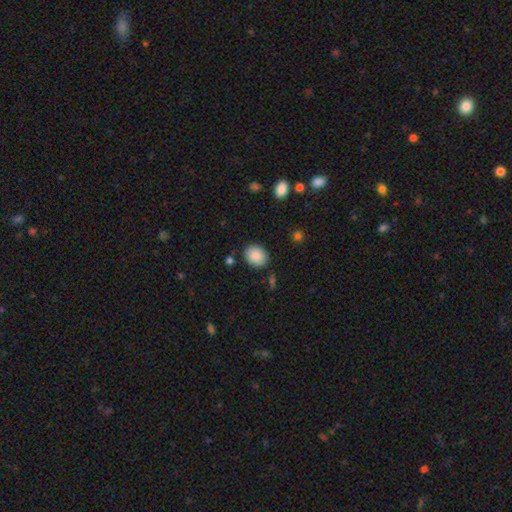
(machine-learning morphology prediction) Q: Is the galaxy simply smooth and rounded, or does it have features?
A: smooth — 88%.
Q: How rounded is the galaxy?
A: round — 51%.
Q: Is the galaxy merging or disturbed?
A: none — 84%.